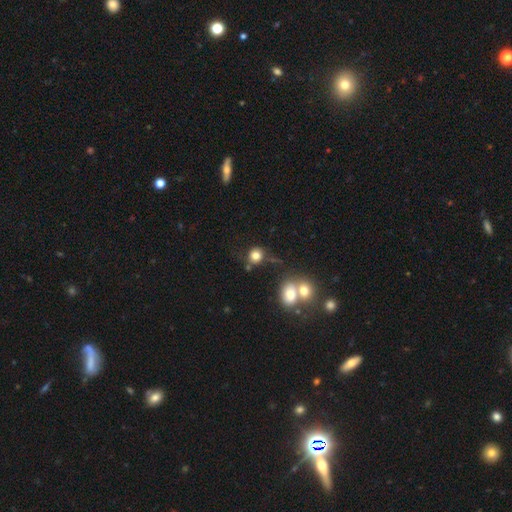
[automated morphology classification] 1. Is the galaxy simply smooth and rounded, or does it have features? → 80% smooth, 12% star or artifact, 8% featured or disk.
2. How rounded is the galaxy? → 83% round, 16% in between, 1% cigar-shaped.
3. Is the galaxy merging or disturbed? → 61% none, 17% merger, 15% minor disturbance, 7% major disturbance.